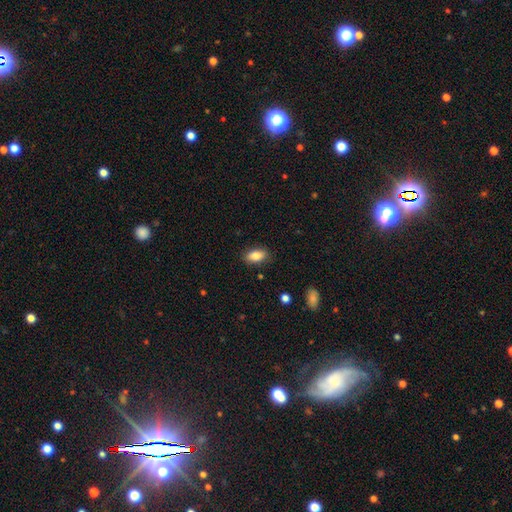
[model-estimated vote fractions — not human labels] Smooth or featured: smooth — 84% (featured or disk — 9%)
How rounded: in between — 90% (round — 5%)
Merging: none — 86% (minor disturbance — 10%)